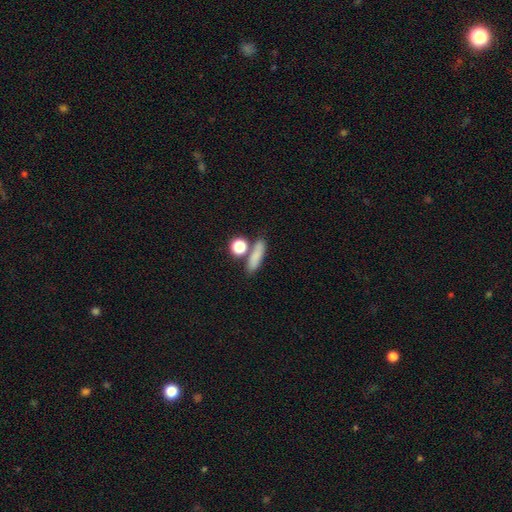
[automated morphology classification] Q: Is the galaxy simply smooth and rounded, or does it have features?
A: smooth — 80%.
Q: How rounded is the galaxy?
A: cigar-shaped — 42%.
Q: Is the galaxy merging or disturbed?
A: none — 66%.